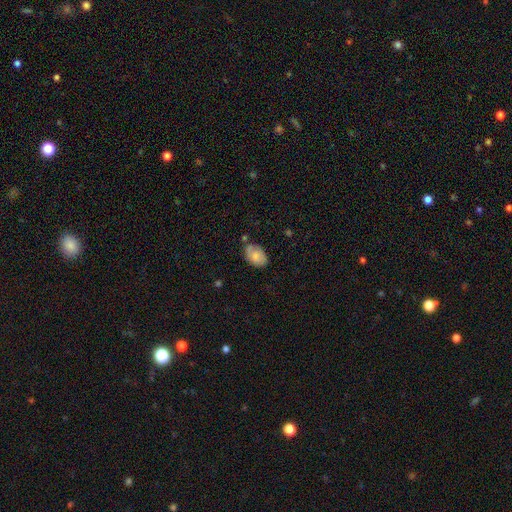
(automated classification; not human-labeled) This is likely a smooth galaxy (79%). How rounded: clearly in between (89%). Merging: likely none (66%).